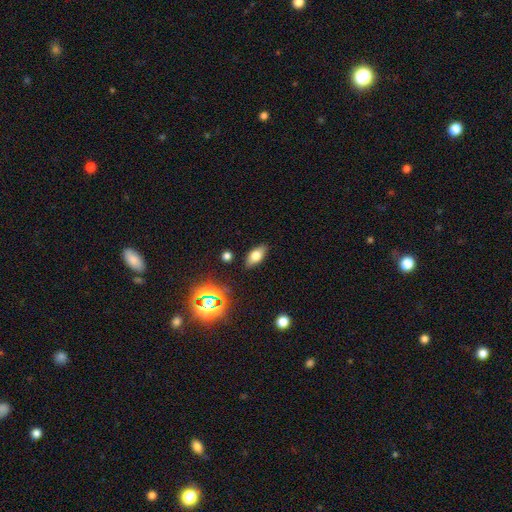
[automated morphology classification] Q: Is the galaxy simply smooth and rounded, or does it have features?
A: smooth — 68%.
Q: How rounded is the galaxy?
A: in between — 85%.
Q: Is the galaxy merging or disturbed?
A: none — 87%.